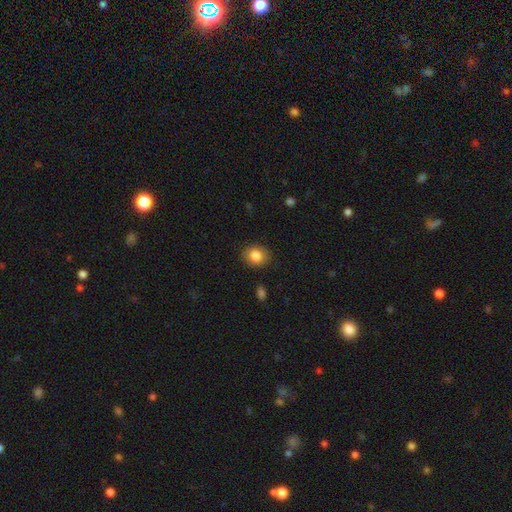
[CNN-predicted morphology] smooth 84%, star or artifact 8%, featured or disk 7%. Down the decision tree: how rounded — round (62%); merging — none (87%).